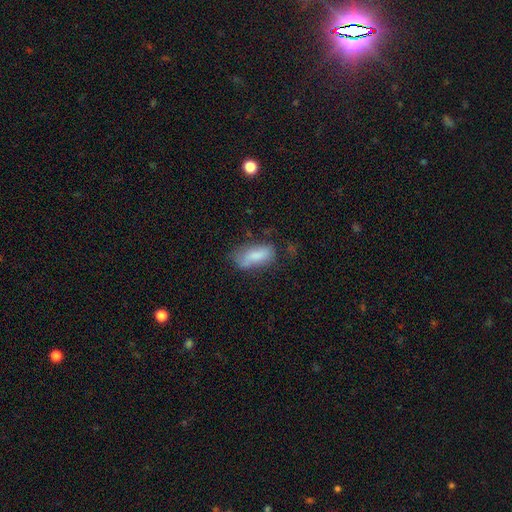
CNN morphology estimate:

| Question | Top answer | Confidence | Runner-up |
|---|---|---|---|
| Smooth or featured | smooth | 77% | featured or disk (15%) |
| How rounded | in between | 83% | cigar-shaped (14%) |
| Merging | none | 52% | minor disturbance (30%) |